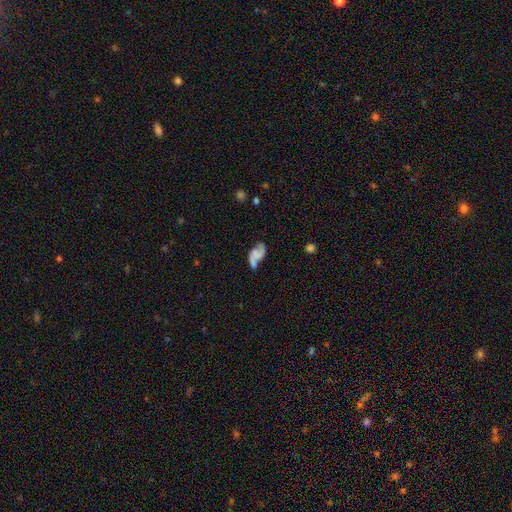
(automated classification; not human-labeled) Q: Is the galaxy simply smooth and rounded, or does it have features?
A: featured or disk — 67%.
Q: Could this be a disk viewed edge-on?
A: no — 97%.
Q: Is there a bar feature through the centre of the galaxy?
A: no — 60%.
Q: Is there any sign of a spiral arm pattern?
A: yes — 88%.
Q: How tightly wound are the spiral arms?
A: loose — 61%.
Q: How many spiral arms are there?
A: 2 — 85%.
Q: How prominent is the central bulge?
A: none — 61%.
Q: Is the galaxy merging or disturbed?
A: none — 46%.